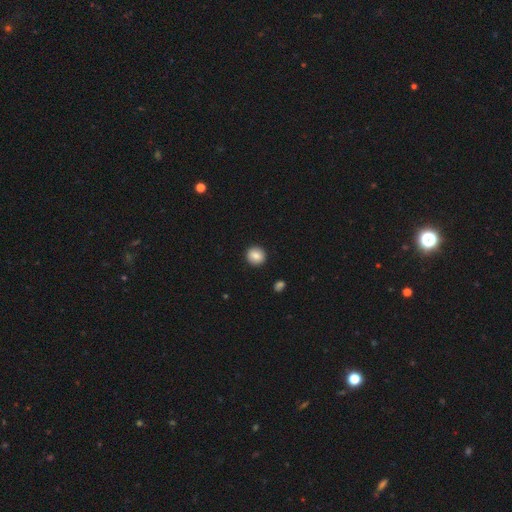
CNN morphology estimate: Smooth or featured: smooth — 86% (star or artifact — 8%)
How rounded: round — 91% (in between — 8%)
Merging: none — 92% (minor disturbance — 5%)